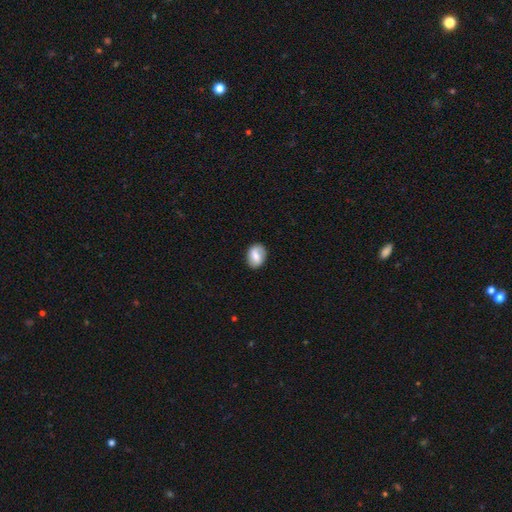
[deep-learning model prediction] A smooth galaxy with no disk features (63%) that is in between round and cigar-shaped (67%). Merging: none (83%).